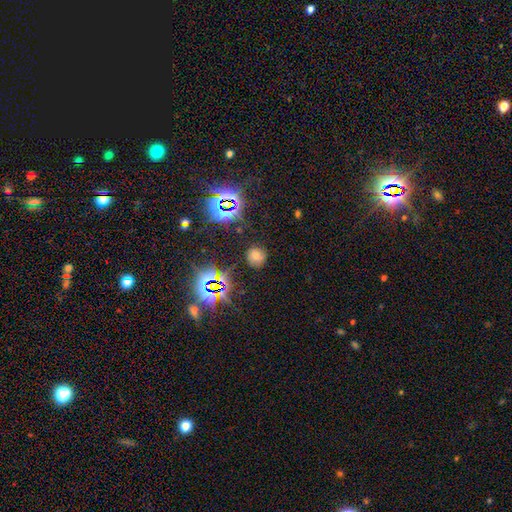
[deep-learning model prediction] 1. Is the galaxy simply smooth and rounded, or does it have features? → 57% smooth, 33% star or artifact, 10% featured or disk.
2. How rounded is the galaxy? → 83% round, 15% in between, 1% cigar-shaped.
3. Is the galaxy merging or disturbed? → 78% none, 14% minor disturbance, 5% major disturbance, 2% merger.